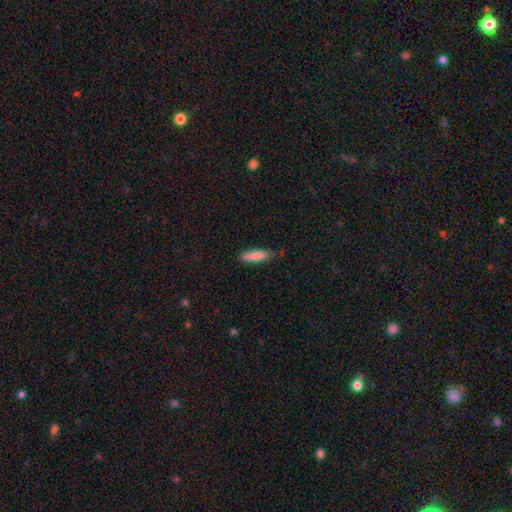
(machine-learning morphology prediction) Q: Smooth or featured?
A: smooth (86%); runner-up: featured or disk (8%)
Q: How rounded?
A: cigar-shaped (60%); runner-up: in between (38%)
Q: Merging?
A: none (75%); runner-up: minor disturbance (20%)